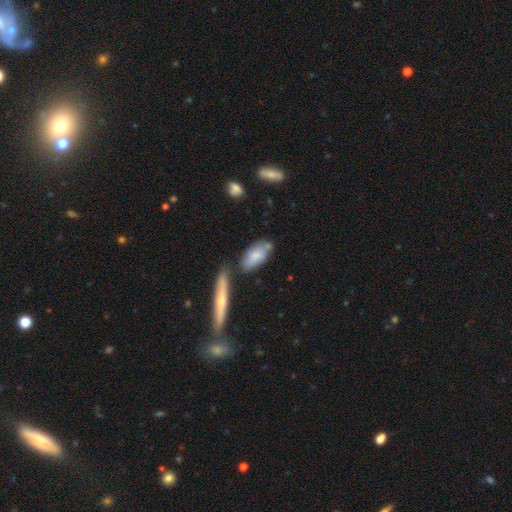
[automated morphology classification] type=smooth (74%); roundness=in between (84%); merging=none (56%).